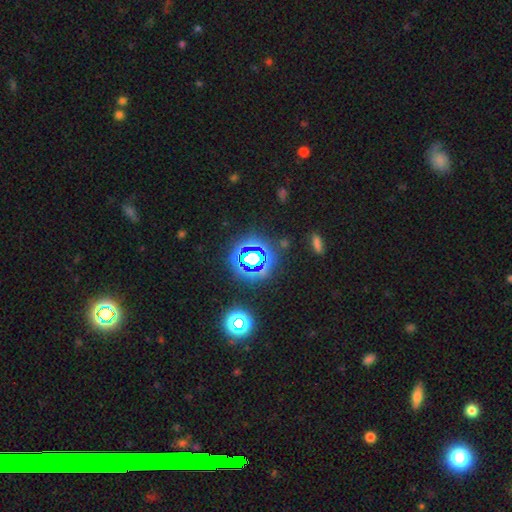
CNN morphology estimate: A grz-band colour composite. It shows a star or artifact, not a galaxy (69%).